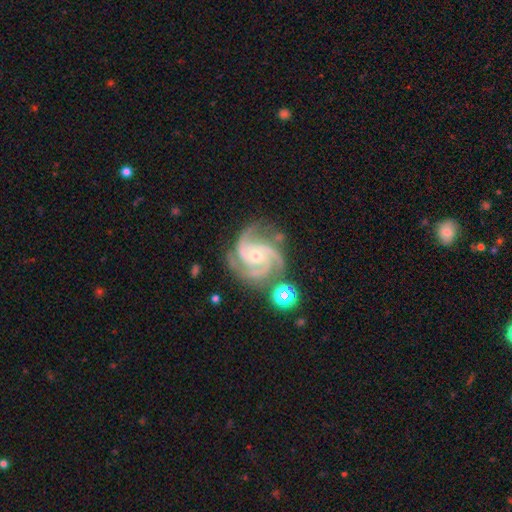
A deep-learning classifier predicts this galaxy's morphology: This appears to be a featured or disk galaxy (93%) with no bar (68%), 3 (68%) tight (54%) spiral arms (99%) and a small central bulge (56%). Merging: none (71%).